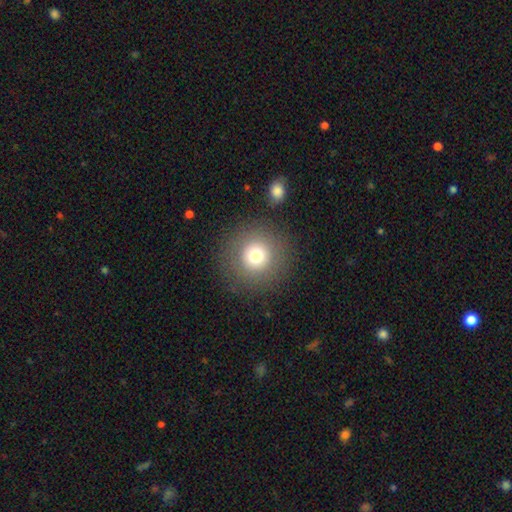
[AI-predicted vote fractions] Morphology: type=smooth (74%); roundness=round (95%); merging=none (87%).